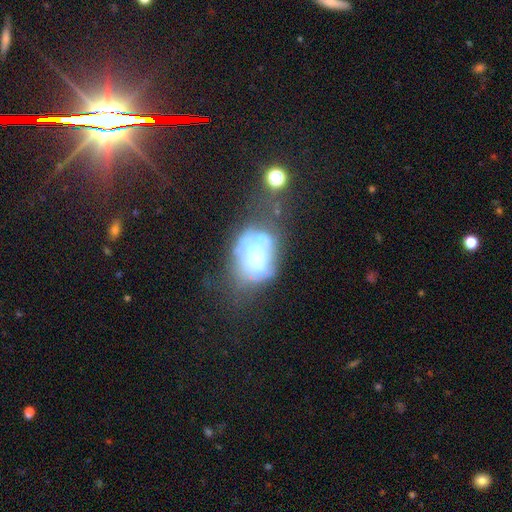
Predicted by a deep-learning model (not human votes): Smooth or featured?
  - featured or disk: 61% *
  - smooth: 27%
  - star or artifact: 13%
Edge-on disk?
  - no: 95% *
  - yes: 5%
Bar?
  - no: 63% *
  - weak: 19%
  - strong: 18%
Spiral arms?
  - no: 83% *
  - yes: 17%
Bulge size?
  - moderate: 33% *
  - large: 26%
  - none: 21%
  - small: 13%
  - dominant: 7%
Merging?
  - major disturbance: 31% *
  - none: 26%
  - merger: 24%
  - minor disturbance: 19%